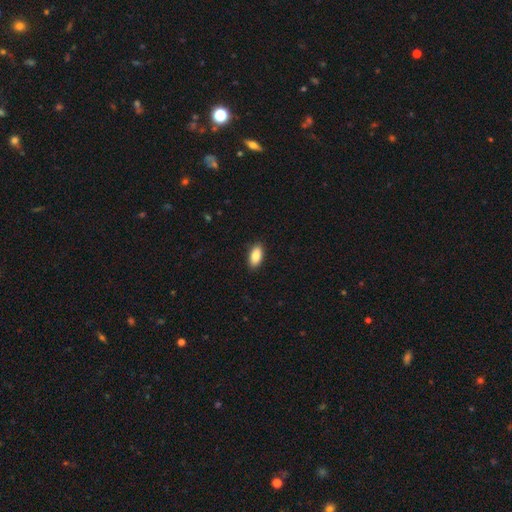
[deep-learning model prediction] smooth_or_featured: smooth (p=0.85) [alt: featured or disk p=0.08]
how_rounded: in between (p=0.91) [alt: cigar-shaped p=0.06]
merging: none (p=0.89) [alt: minor disturbance p=0.08]